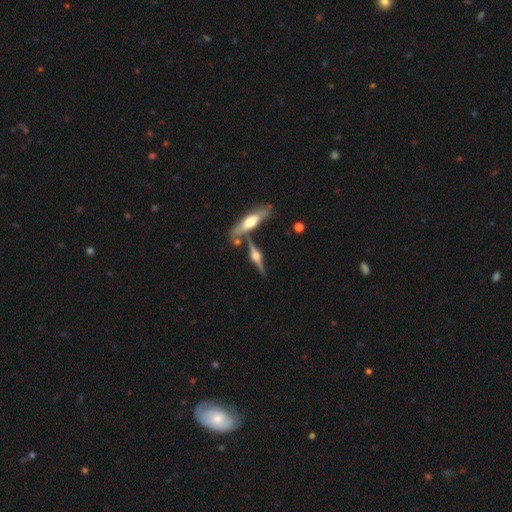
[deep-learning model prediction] This appears to be a featured or disk galaxy (84%) viewed edge-on (97%) with a rounded central bulge (95%). Merging: none (77%).